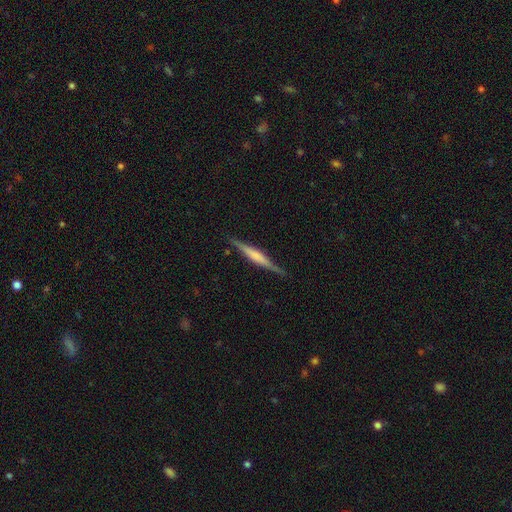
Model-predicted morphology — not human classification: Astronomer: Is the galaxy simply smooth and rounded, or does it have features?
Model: featured or disk — 66%.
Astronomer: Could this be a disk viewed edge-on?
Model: yes — 98%.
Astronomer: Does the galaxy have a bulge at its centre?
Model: boxy — 38% (runner-up: rounded, 37%).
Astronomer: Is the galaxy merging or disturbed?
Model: none — 88%.